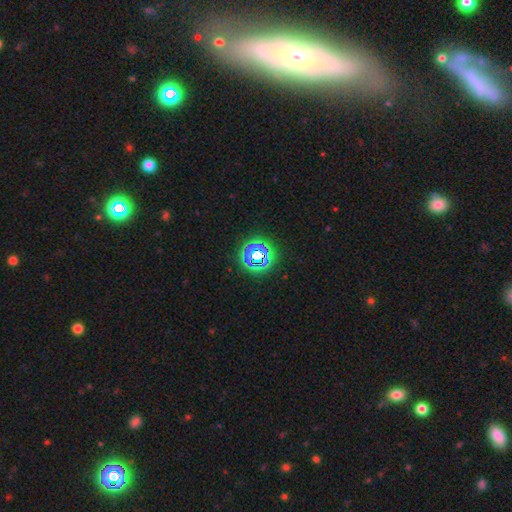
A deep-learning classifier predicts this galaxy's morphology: type=star or artifact (60%).